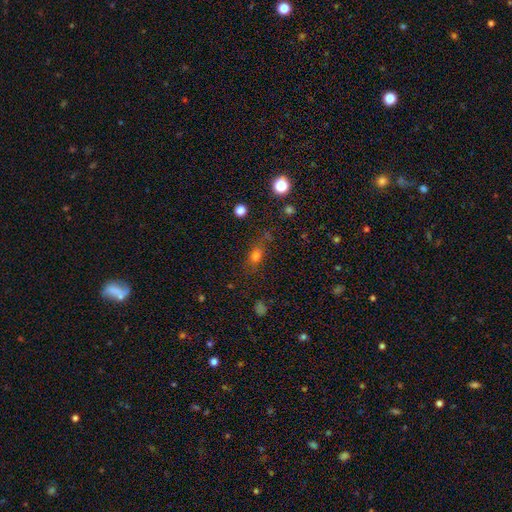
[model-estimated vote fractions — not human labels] Q: Smooth or featured?
A: smooth (70%); runner-up: star or artifact (19%)
Q: How rounded?
A: in between (58%); runner-up: round (31%)
Q: Merging?
A: none (67%); runner-up: minor disturbance (18%)